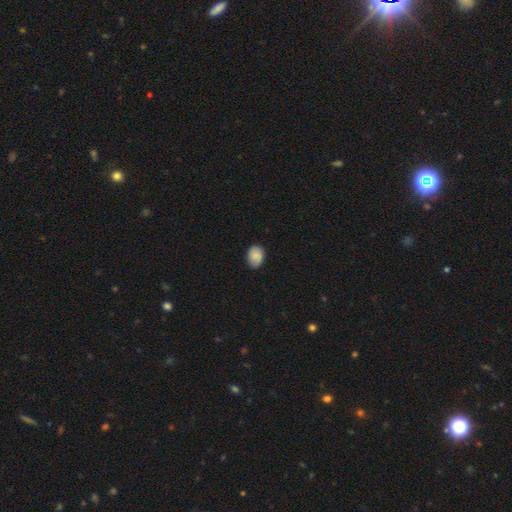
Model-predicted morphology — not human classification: Q: Smooth or featured?
A: smooth (84%); runner-up: featured or disk (9%)
Q: How rounded?
A: in between (67%); runner-up: round (32%)
Q: Merging?
A: none (79%); runner-up: minor disturbance (17%)